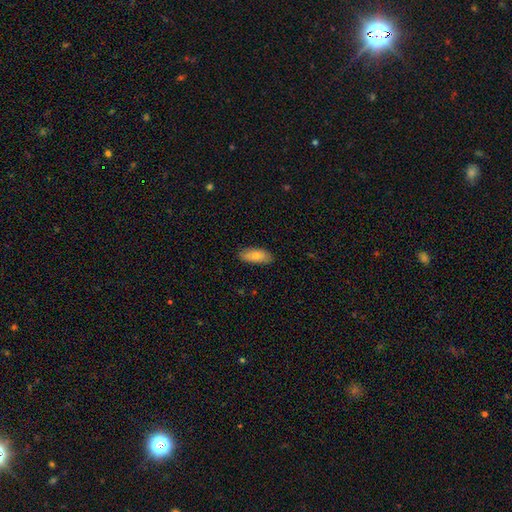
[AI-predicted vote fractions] This is clearly a smooth galaxy (81%). How rounded: clearly in between (82%). Merging: clearly none (84%).